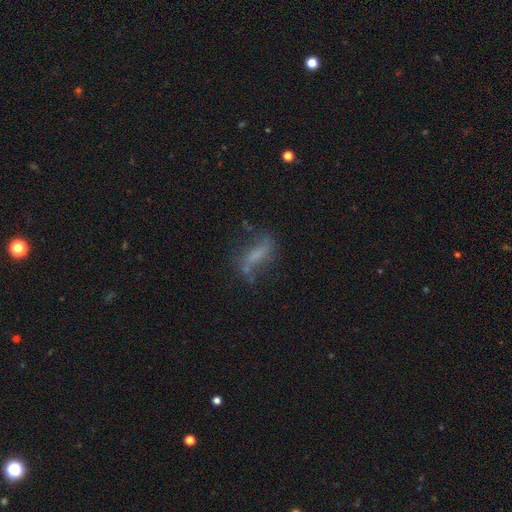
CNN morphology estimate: This appears to be a featured or disk galaxy (51%). Merging: none (55%).